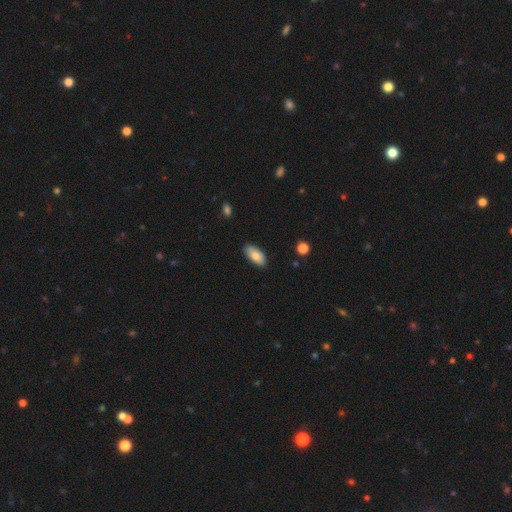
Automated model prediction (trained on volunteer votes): This is clearly a smooth galaxy (83%). How rounded: clearly in between (91%). Merging: clearly none (85%).